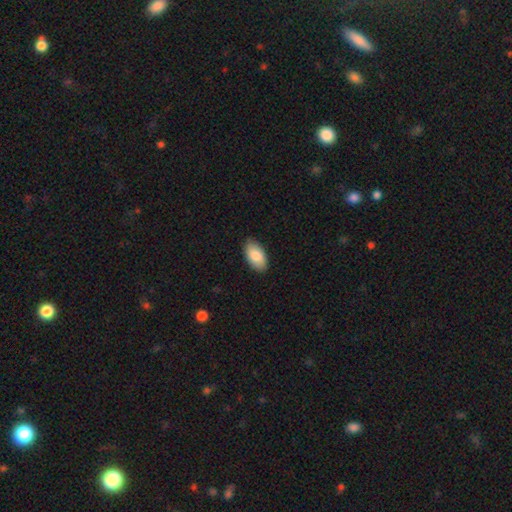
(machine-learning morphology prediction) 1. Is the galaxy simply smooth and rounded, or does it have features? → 85% smooth, 10% featured or disk, 6% star or artifact.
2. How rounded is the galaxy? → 95% in between, 3% round, 2% cigar-shaped.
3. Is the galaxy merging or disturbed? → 88% none, 9% minor disturbance, 2% major disturbance, 1% merger.